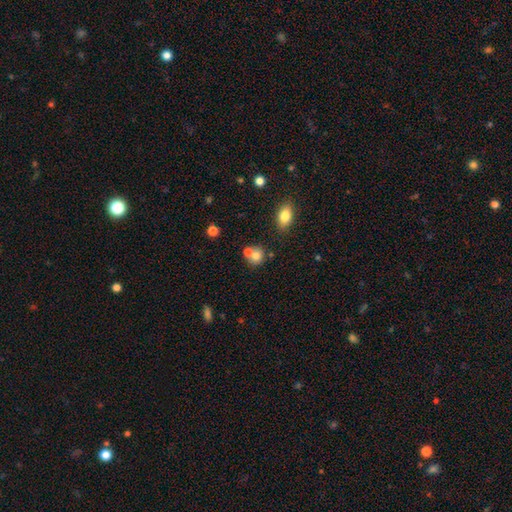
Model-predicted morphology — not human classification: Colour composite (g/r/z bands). It shows a smooth galaxy with no disk features (73%) that is round (79%). Merging: none (45%).